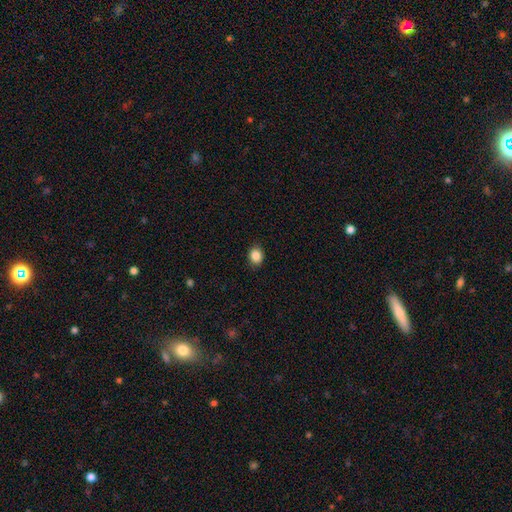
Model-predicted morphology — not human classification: Smooth or featured? smooth (87%)
How rounded? round (50%)
Merging? none (87%)